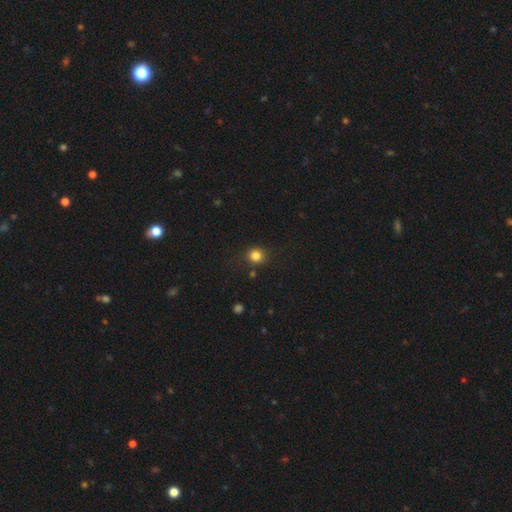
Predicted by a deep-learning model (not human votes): Smooth or featured? Predicted: smooth (p=0.82). How rounded? Predicted: round (p=0.86). Merging? Predicted: none (p=0.84).